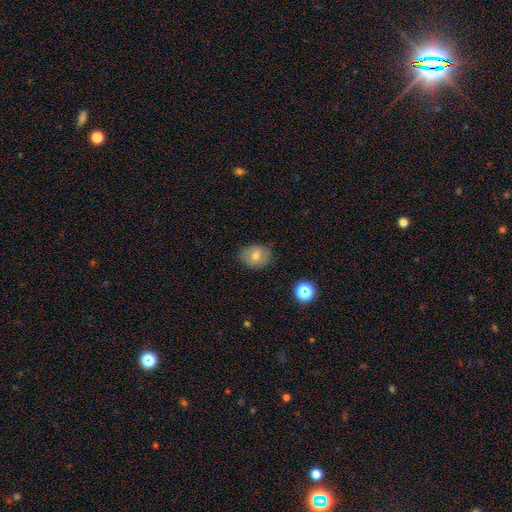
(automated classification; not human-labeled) This appears to be a smooth galaxy with no disk features (67%) that is in between round and cigar-shaped (55%). Merging: none (79%).